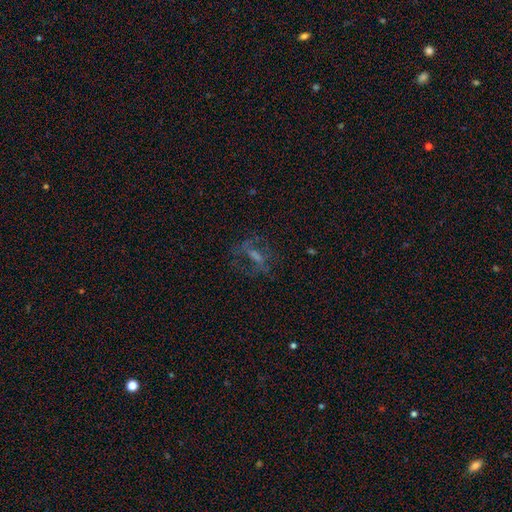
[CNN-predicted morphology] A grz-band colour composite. It shows a featured or disk galaxy (52%). Merging: none (54%).